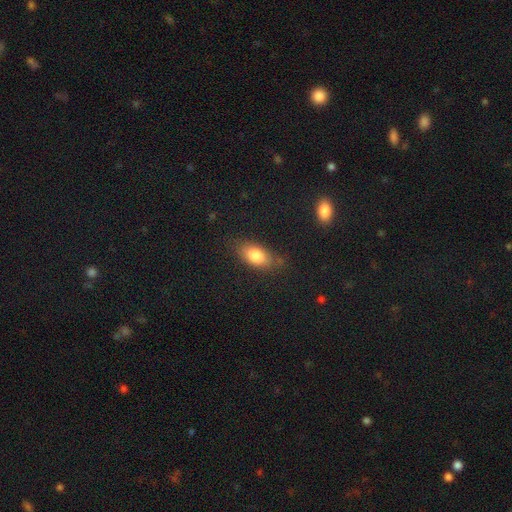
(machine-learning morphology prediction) A smooth galaxy with no disk features (81%) that is in between round and cigar-shaped (87%).

Vote fractions:
- Smooth or featured? smooth: 81% / featured or disk: 11% / star or artifact: 8%
- How rounded? in between: 87% / cigar-shaped: 7% / round: 5%
- Merging? none: 77% / minor disturbance: 17% / major disturbance: 4% / merger: 2%